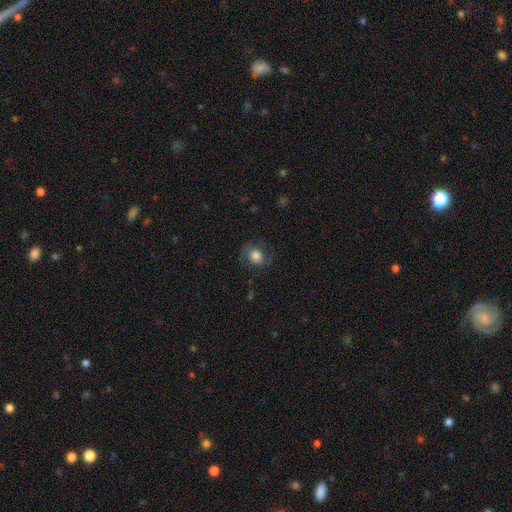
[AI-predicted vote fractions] smooth 72%, featured or disk 18%, star or artifact 10%. Down the decision tree: how rounded — round (77%); merging — none (71%).